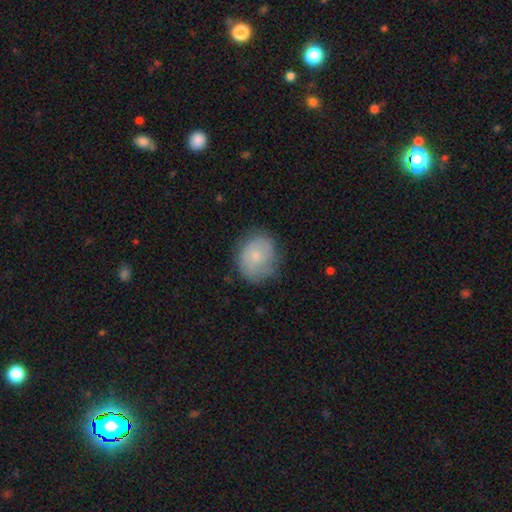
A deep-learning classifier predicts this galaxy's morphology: type=smooth (65%); roundness=round (67%); merging=none (70%).